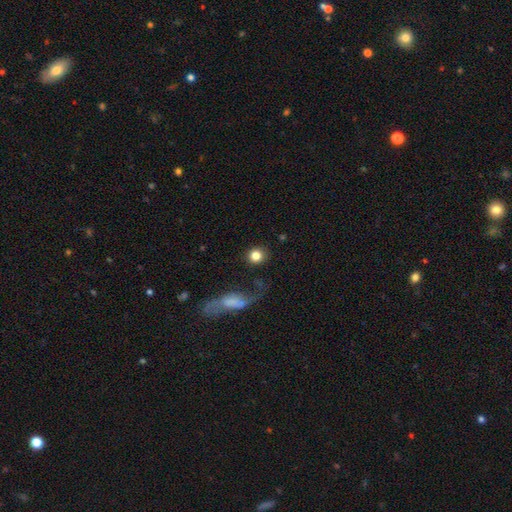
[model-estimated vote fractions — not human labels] Smooth or featured: smooth — 81% (featured or disk — 10%)
How rounded: round — 90% (in between — 9%)
Merging: none — 79% (minor disturbance — 8%)